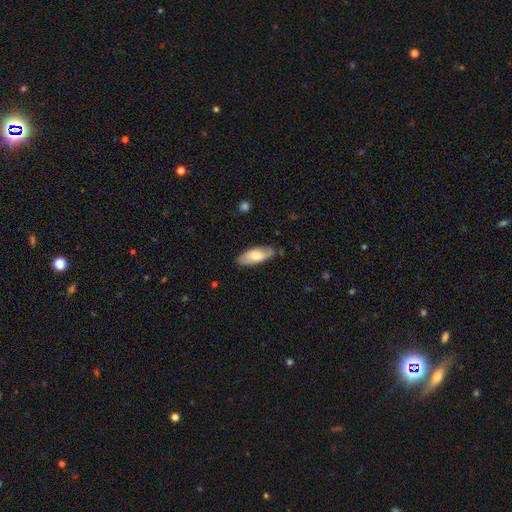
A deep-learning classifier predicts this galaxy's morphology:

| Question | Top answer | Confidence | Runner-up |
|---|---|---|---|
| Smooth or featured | smooth | 70% | featured or disk (24%) |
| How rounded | in between | 79% | cigar-shaped (19%) |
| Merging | none | 79% | minor disturbance (17%) |